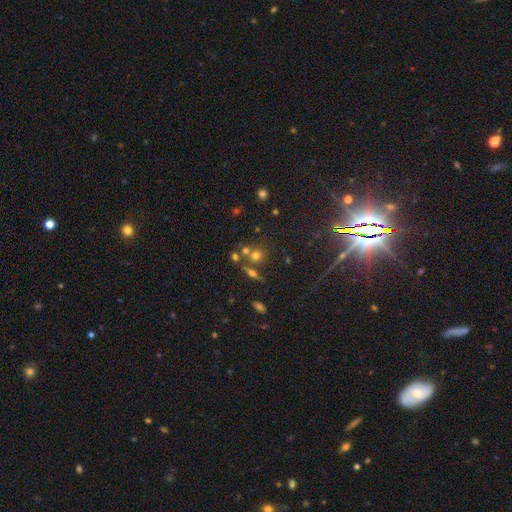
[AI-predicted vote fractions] smooth-or-featured: smooth: 56% | star or artifact: 23% | featured or disk: 20%
  how-rounded: round: 82% | in between: 15% | cigar-shaped: 3%
  merging: none: 57% | merger: 28% | minor disturbance: 10% | major disturbance: 5%